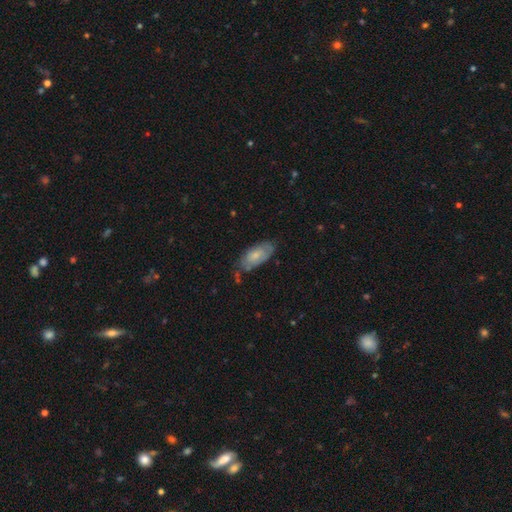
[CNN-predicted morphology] Smooth or featured?
  - smooth: 65% *
  - featured or disk: 28%
  - star or artifact: 6%
How rounded?
  - in between: 89% *
  - cigar-shaped: 8%
  - round: 2%
Merging?
  - none: 59% *
  - minor disturbance: 30%
  - major disturbance: 7%
  - merger: 4%